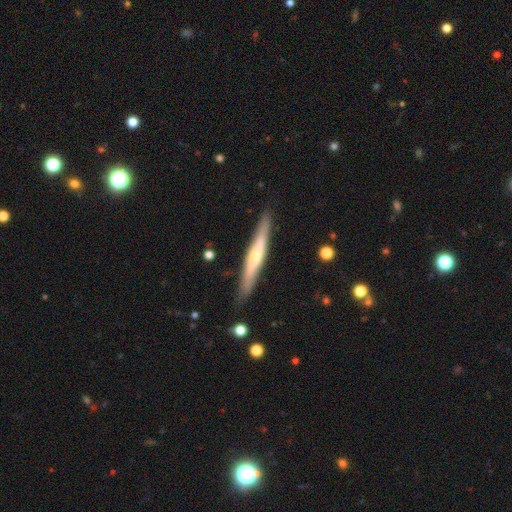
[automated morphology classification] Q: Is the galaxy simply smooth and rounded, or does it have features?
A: featured or disk — 60%.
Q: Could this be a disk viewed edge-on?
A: yes — 94%.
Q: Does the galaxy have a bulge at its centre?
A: rounded — 70%.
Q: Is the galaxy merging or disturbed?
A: none — 87%.